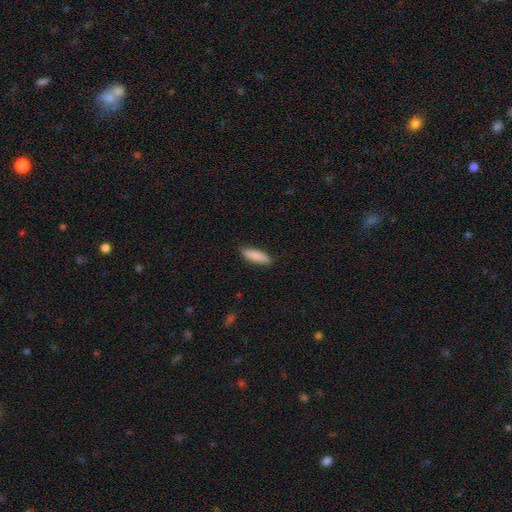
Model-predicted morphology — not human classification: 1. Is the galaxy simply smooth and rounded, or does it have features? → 87% smooth, 7% featured or disk, 6% star or artifact.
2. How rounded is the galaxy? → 52% cigar-shaped, 46% in between, 2% round.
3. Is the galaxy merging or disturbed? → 86% none, 11% minor disturbance, 2% major disturbance, 1% merger.